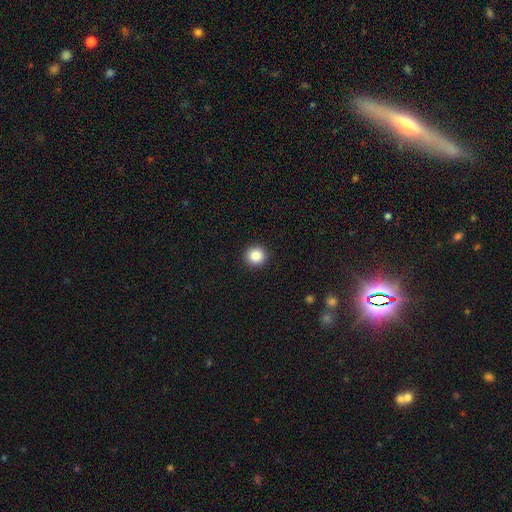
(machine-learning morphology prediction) smooth-or-featured: smooth: 85% | star or artifact: 10% | featured or disk: 5%
  how-rounded: round: 95% | in between: 4% | cigar-shaped: 1%
  merging: none: 94% | minor disturbance: 4% | major disturbance: 1% | merger: 1%